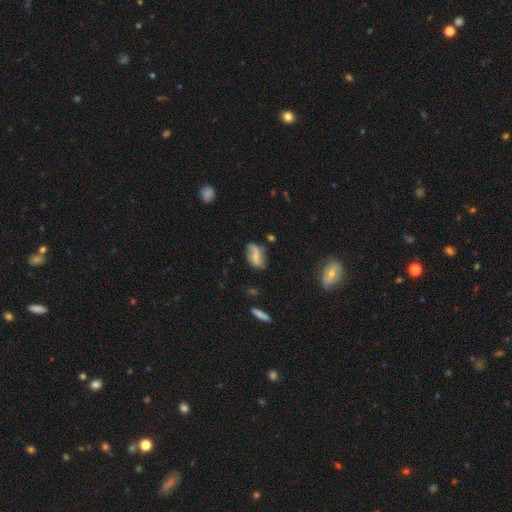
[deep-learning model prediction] This appears to be a smooth galaxy with no disk features (50%) that is in between round and cigar-shaped (87%). Merging: none (48%).